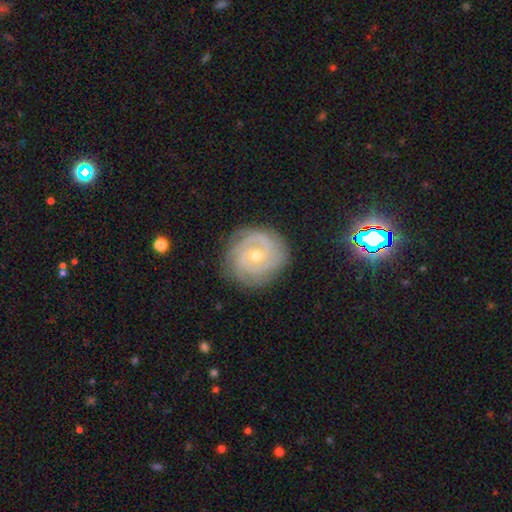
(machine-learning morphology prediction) type=featured or disk (86%); edge-on=no (98%); bar=no (68%); spiral arms=yes (97%); winding=tight (78%); arm count=3 (36%); bulge=moderate (51%); merging=none (82%).